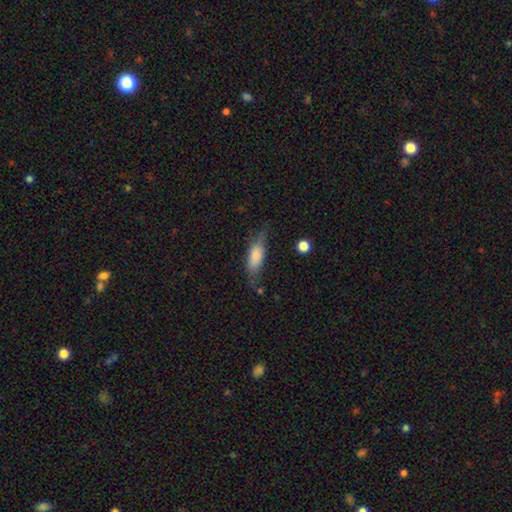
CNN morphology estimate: Smooth or featured? smooth (74%)
How rounded? in between (63%)
Merging? none (56%)